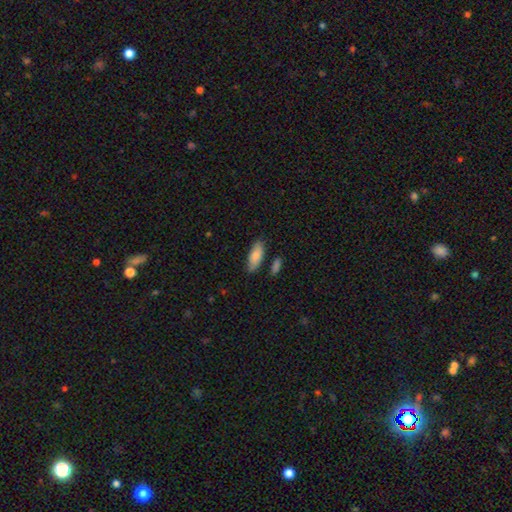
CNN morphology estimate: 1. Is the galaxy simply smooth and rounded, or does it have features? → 82% smooth, 12% featured or disk, 6% star or artifact.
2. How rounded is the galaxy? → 75% in between, 23% cigar-shaped, 2% round.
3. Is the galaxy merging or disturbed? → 77% none, 15% minor disturbance, 5% merger, 3% major disturbance.